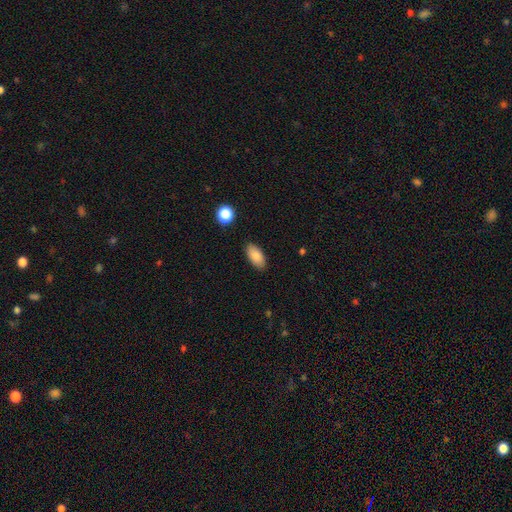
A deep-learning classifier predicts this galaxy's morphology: Q: Smooth or featured?
A: smooth (85%); runner-up: featured or disk (8%)
Q: How rounded?
A: in between (92%); runner-up: cigar-shaped (4%)
Q: Merging?
A: none (87%); runner-up: minor disturbance (10%)